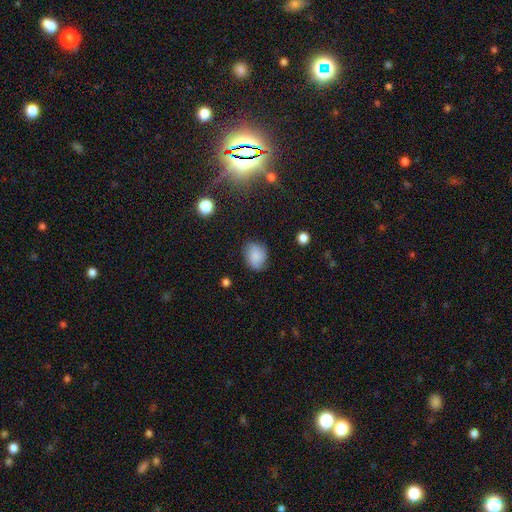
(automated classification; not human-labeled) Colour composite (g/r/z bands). It shows a smooth galaxy with no disk features (71%) that is in between round and cigar-shaped (52%). Merging: none (70%).